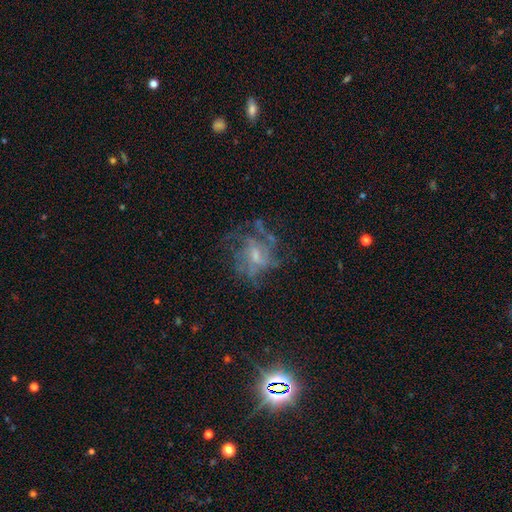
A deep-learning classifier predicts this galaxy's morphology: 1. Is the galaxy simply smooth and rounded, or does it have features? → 70% featured or disk, 16% smooth, 14% star or artifact.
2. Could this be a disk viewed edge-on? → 97% no, 3% yes.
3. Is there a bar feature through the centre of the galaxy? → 47% no, 45% weak, 8% strong.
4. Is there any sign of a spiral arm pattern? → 68% yes, 32% no.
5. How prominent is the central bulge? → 49% small, 35% moderate, 12% none, 3% large, 1% dominant.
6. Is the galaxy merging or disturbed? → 51% none, 27% major disturbance, 19% minor disturbance, 3% merger.